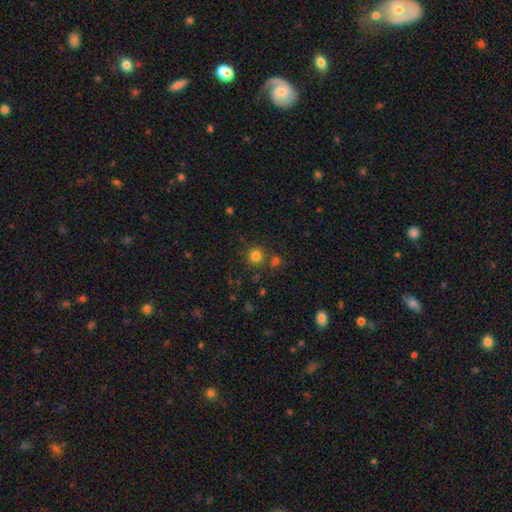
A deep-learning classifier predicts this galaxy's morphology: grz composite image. It shows a smooth galaxy with no disk features (80%) that is round (91%). Merging: none (75%).